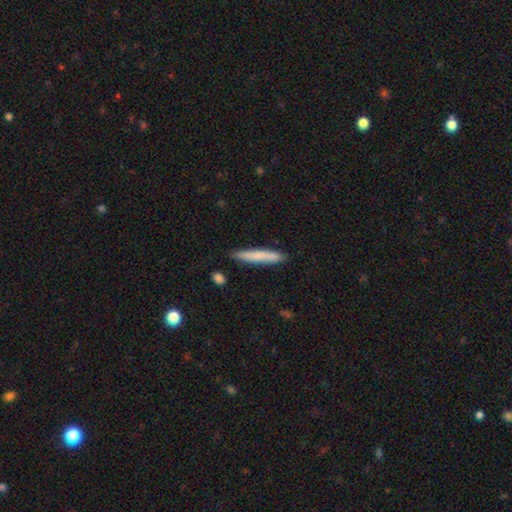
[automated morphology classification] A smooth galaxy with no disk features (73%) that is cigar-shaped (94%).

Vote fractions:
- Smooth or featured? smooth: 73% / featured or disk: 21% / star or artifact: 6%
- How rounded? cigar-shaped: 94% / in between: 4% / round: 1%
- Merging? none: 87% / minor disturbance: 9% / merger: 2% / major disturbance: 2%